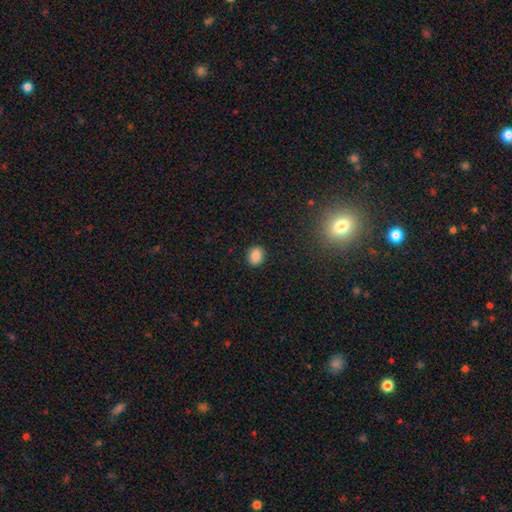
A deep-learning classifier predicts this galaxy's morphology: This is clearly a smooth galaxy (85%). How rounded: likely round (64%). Merging: clearly none (89%).